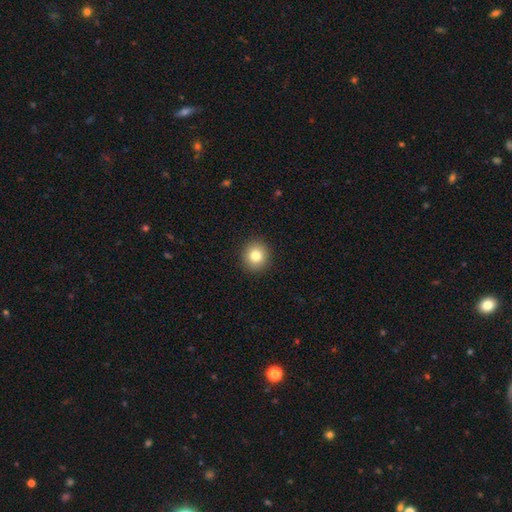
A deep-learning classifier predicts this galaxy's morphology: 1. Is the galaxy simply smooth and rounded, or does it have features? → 82% smooth, 10% star or artifact, 8% featured or disk.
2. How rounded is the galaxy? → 89% round, 10% in between, 1% cigar-shaped.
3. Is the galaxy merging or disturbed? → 92% none, 5% minor disturbance, 2% major disturbance, 1% merger.